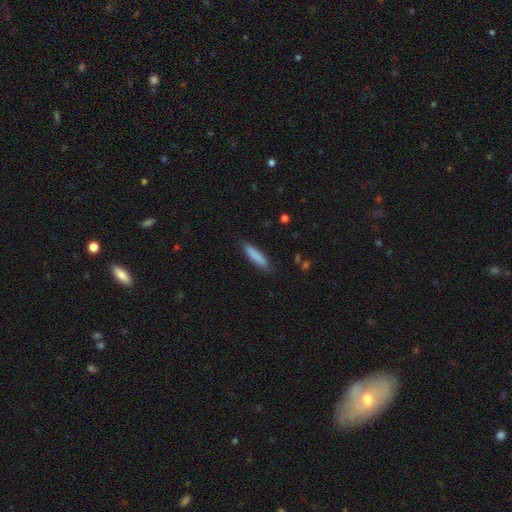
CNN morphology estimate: This is clearly a smooth galaxy (86%). How rounded: likely cigar-shaped (77%). Merging: clearly none (84%).